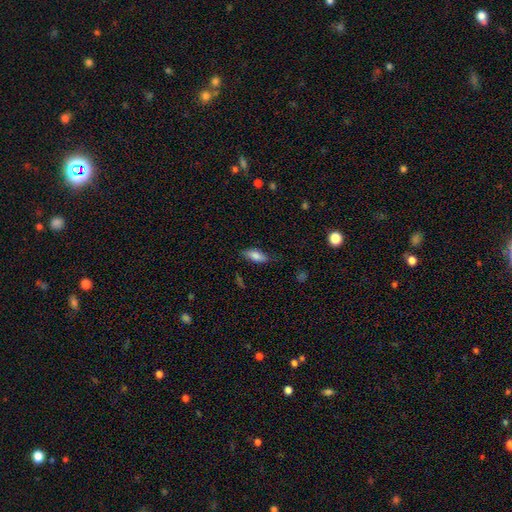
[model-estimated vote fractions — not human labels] Smooth or featured? Predicted: smooth (p=0.79). How rounded? Predicted: in between (p=0.78). Merging? Predicted: none (p=0.76).